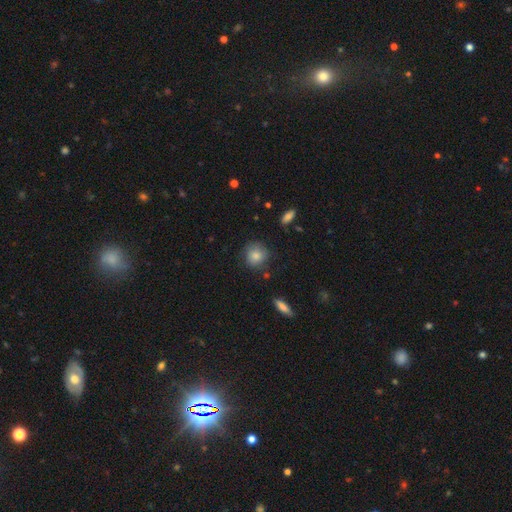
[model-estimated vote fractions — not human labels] A smooth galaxy with no disk features (78%) that is round (86%). Merging: none (76%).